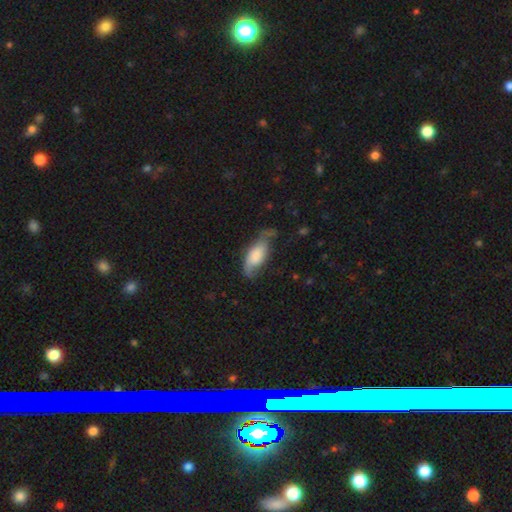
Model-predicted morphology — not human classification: Overall: smooth (56%; featured or disk 37%). How rounded: in between (86%). Merging: none (45%; minor disturbance 34%).